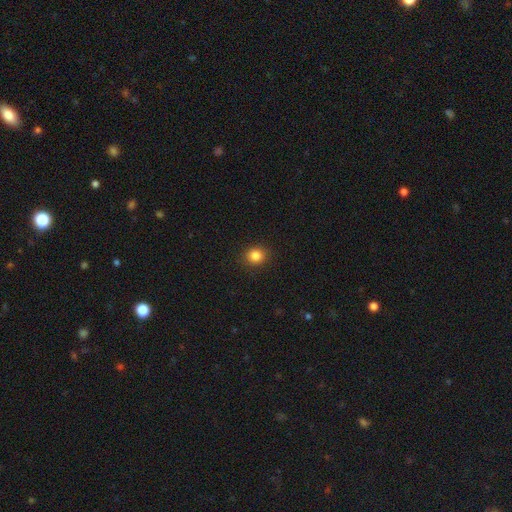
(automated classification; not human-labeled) smooth-or-featured: smooth: 84% | star or artifact: 11% | featured or disk: 4%
  how-rounded: round: 80% | in between: 19% | cigar-shaped: 1%
  merging: none: 90% | minor disturbance: 7% | major disturbance: 2% | merger: 1%